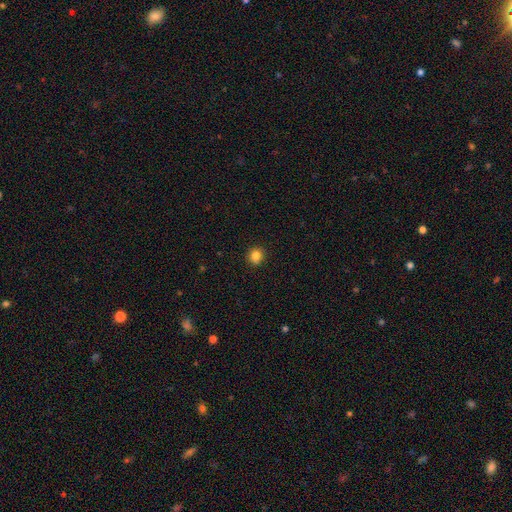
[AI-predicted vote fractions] A smooth galaxy with no disk features (84%) that is round (87%).

Vote fractions:
- Smooth or featured? smooth: 84% / star or artifact: 11% / featured or disk: 4%
- How rounded? round: 87% / in between: 12% / cigar-shaped: 1%
- Merging? none: 91% / minor disturbance: 6% / major disturbance: 2% / merger: 1%